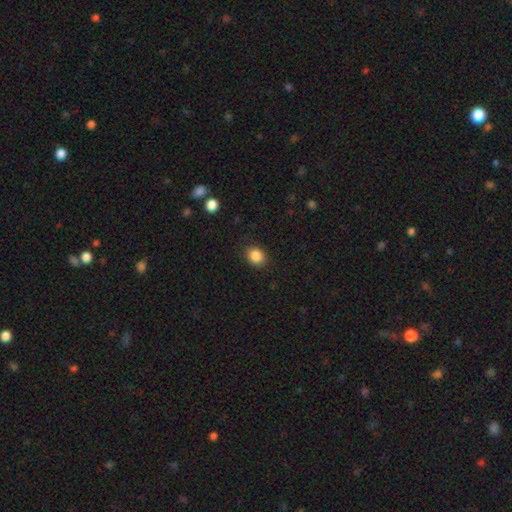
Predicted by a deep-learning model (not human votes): Smooth or featured? Predicted: smooth (p=0.86). How rounded? Predicted: round (p=0.64). Merging? Predicted: none (p=0.87).